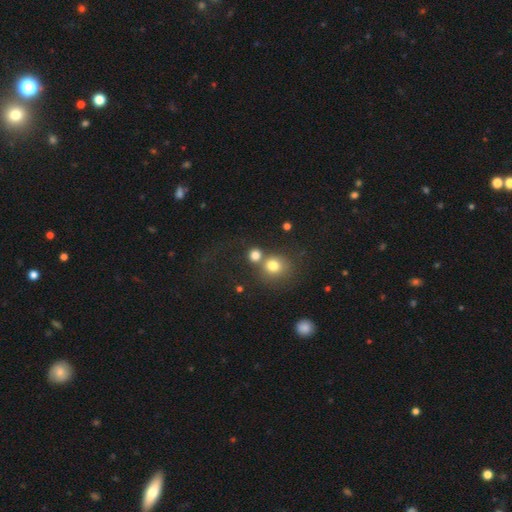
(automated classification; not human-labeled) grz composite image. It shows a smooth galaxy with no disk features (77%) that is round (85%). Merging: none (50%).